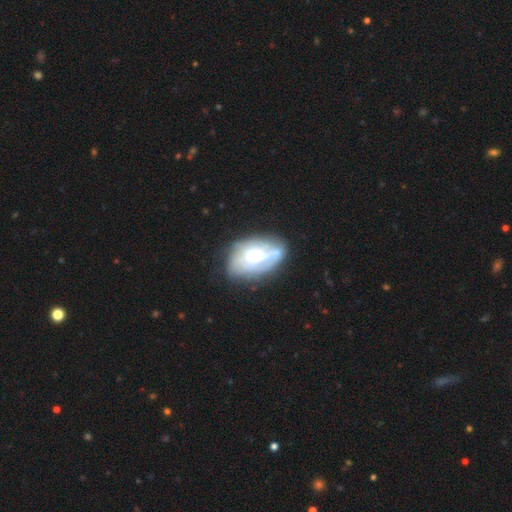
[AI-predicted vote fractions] A featured or disk galaxy (62%) with no bar (68%), spiral arms (58%) and a moderate central bulge (61%).

Vote fractions:
- Smooth or featured? featured or disk: 62% / smooth: 31% / star or artifact: 7%
- Edge-on disk? no: 93% / yes: 7%
- Bar? no: 68% / weak: 25% / strong: 7%
- Spiral arms? yes: 58% / no: 42%
- Bulge size? moderate: 61% / small: 25% / large: 10% / none: 2% / dominant: 1%
- Merging? none: 56% / minor disturbance: 26% / major disturbance: 13% / merger: 5%